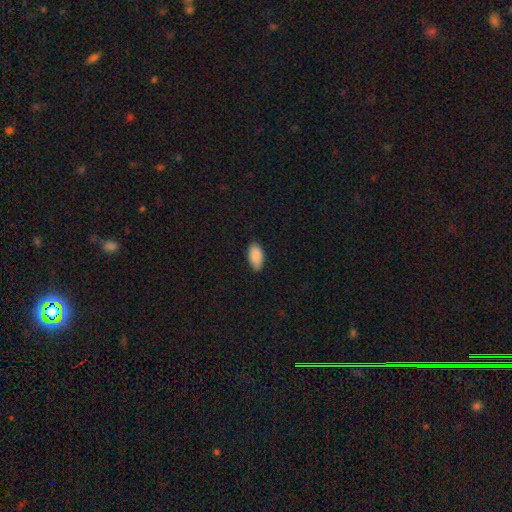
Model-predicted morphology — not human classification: Smooth or featured? smooth (90%)
How rounded? in between (95%)
Merging? none (83%)